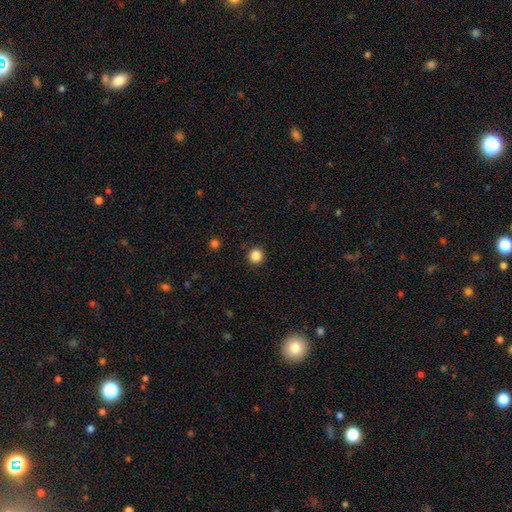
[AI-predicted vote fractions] This is clearly a smooth galaxy (85%). How rounded: clearly round (93%). Merging: clearly none (92%).